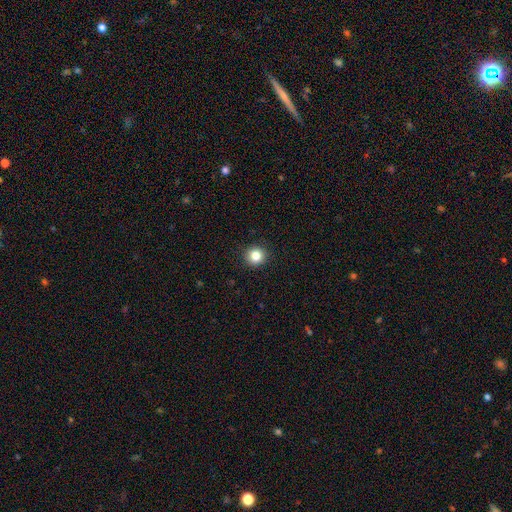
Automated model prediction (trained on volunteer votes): A smooth galaxy with no disk features (84%) that is round (92%). Merging: none (93%).